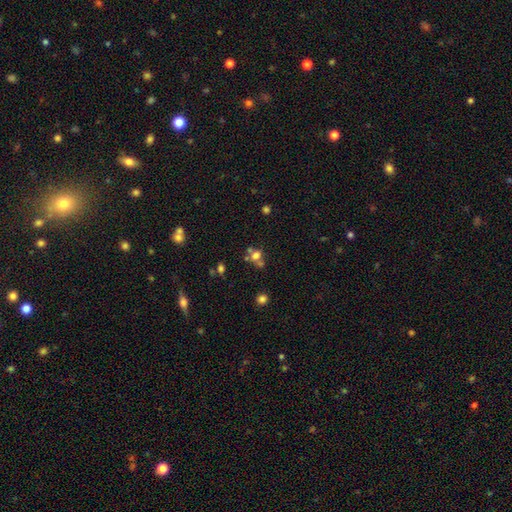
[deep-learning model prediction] Smooth or featured: smooth — 61% (star or artifact — 19%)
How rounded: round — 66% (in between — 32%)
Merging: none — 43% (merger — 41%)